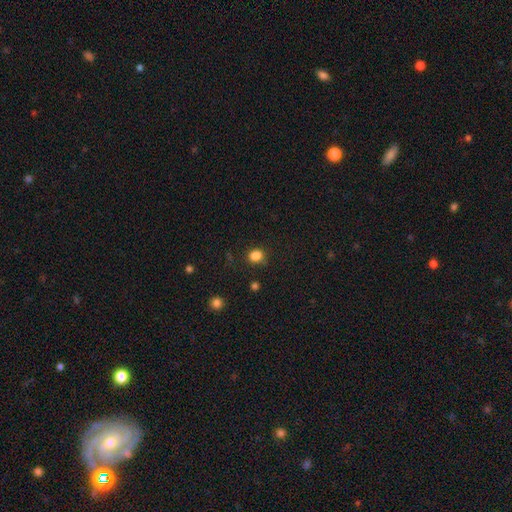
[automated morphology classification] smooth 82%, star or artifact 14%, featured or disk 4%. Down the decision tree: how rounded — round (58%); merging — none (73%).